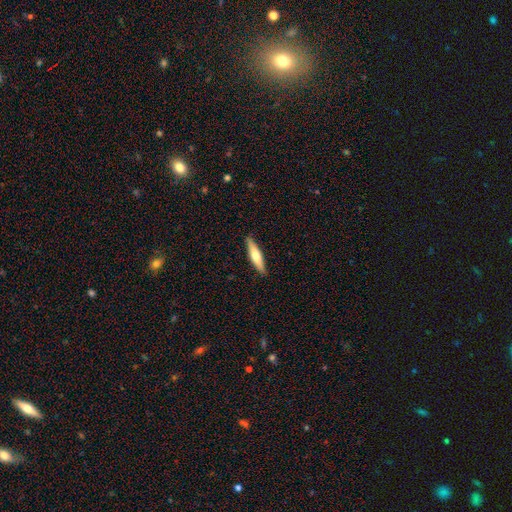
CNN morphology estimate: Smooth or featured? Predicted: smooth (p=0.53). How rounded? Predicted: cigar-shaped (p=0.77). Merging? Predicted: none (p=0.89).